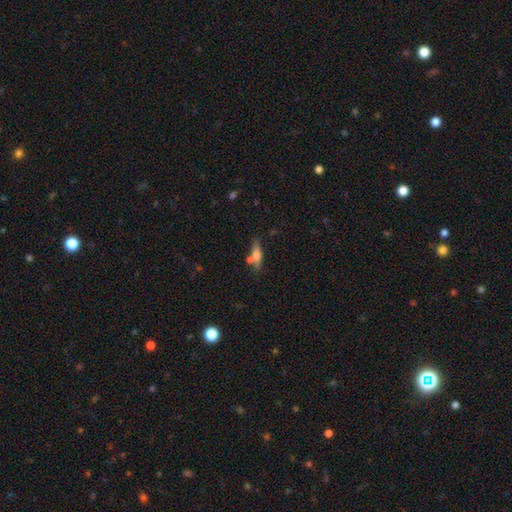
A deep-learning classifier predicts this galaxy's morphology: Smooth or featured? Predicted: smooth (p=0.63). How rounded? Predicted: cigar-shaped (p=0.62). Merging? Predicted: none (p=0.62).